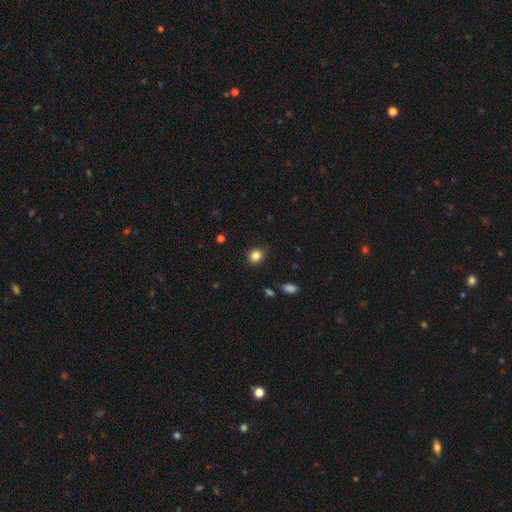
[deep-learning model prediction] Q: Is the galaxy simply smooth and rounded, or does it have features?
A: smooth — 84%.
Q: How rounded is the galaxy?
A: round — 78%.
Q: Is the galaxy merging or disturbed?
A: none — 87%.